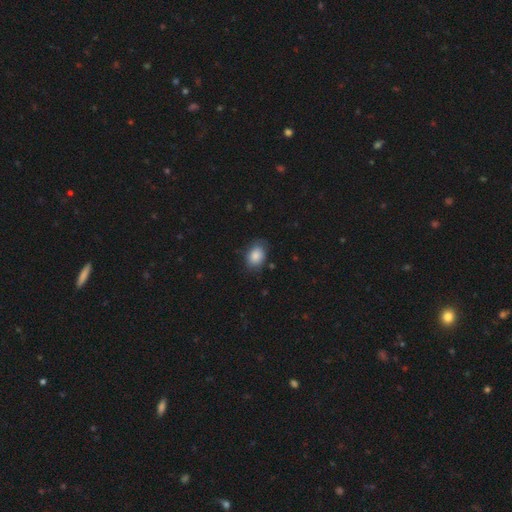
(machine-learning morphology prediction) Q: Smooth or featured?
A: smooth (85%); runner-up: star or artifact (8%)
Q: How rounded?
A: in between (75%); runner-up: round (24%)
Q: Merging?
A: none (71%); runner-up: minor disturbance (23%)